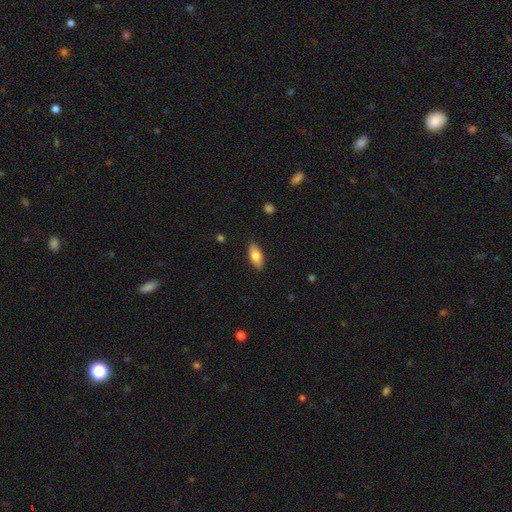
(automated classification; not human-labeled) Smooth or featured? Predicted: smooth (p=0.78). How rounded? Predicted: in between (p=0.87). Merging? Predicted: none (p=0.87).